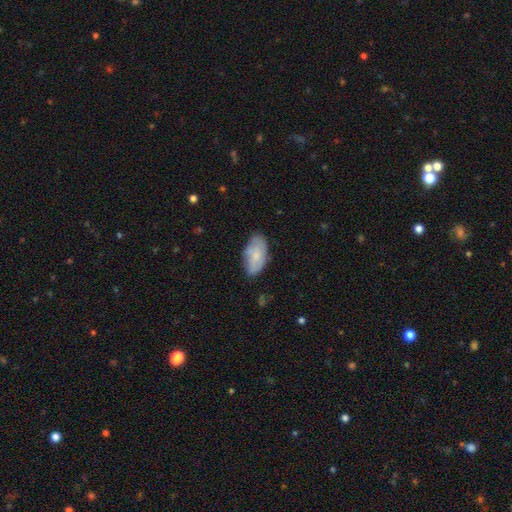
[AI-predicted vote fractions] The model was most divided on "smooth or featured": smooth: 66%, featured or disk: 28%, star or artifact: 7%. More confident: how rounded — in between (94%); merging — none (70%).